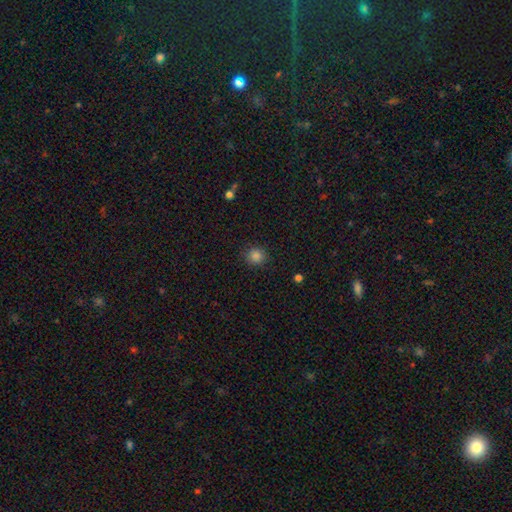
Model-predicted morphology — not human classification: This is clearly a smooth galaxy (84%). How rounded: clearly round (89%). Merging: clearly none (89%).